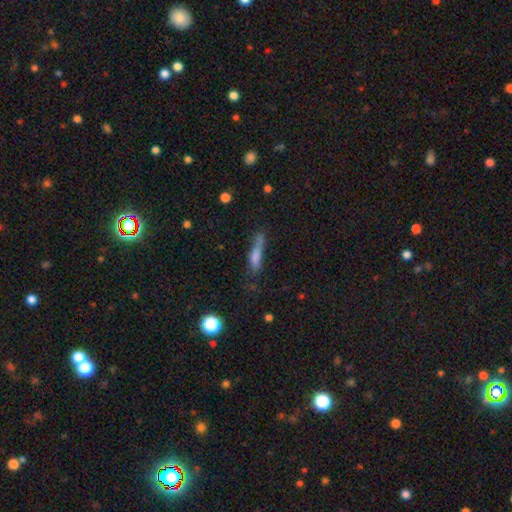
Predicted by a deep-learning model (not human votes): smooth 62%, featured or disk 26%, star or artifact 12%. Down the decision tree: how rounded — cigar-shaped (83%); merging — none (50%).